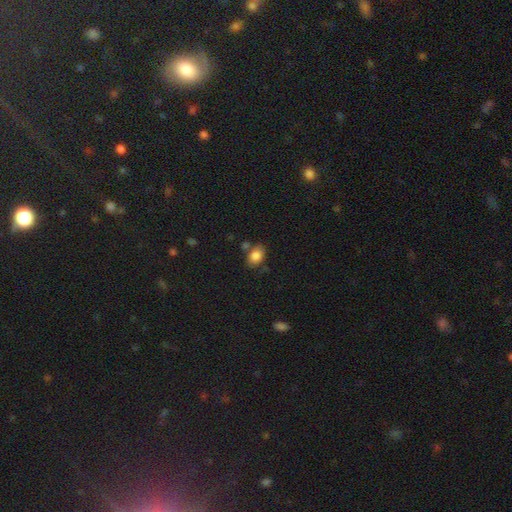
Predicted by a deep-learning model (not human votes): smooth-or-featured: smooth: 84% | star or artifact: 9% | featured or disk: 7%
  how-rounded: in between: 74% | round: 25% | cigar-shaped: 1%
  merging: none: 67% | minor disturbance: 17% | merger: 11% | major disturbance: 5%